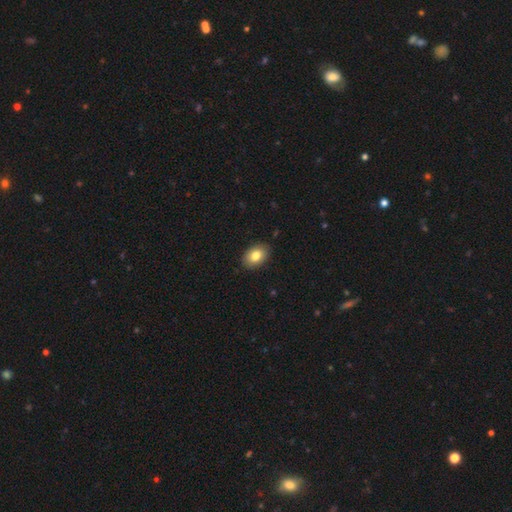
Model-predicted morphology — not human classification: A smooth galaxy with no disk features (83%) that is in between round and cigar-shaped (85%).

Vote fractions:
- Smooth or featured? smooth: 83% / featured or disk: 10% / star or artifact: 8%
- How rounded? in between: 85% / round: 14% / cigar-shaped: 1%
- Merging? none: 89% / minor disturbance: 9% / major disturbance: 2% / merger: 1%